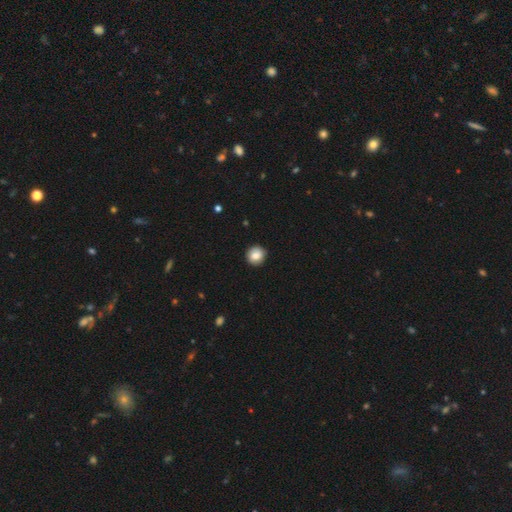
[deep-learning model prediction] Smooth or featured? smooth (84%)
How rounded? round (90%)
Merging? none (89%)